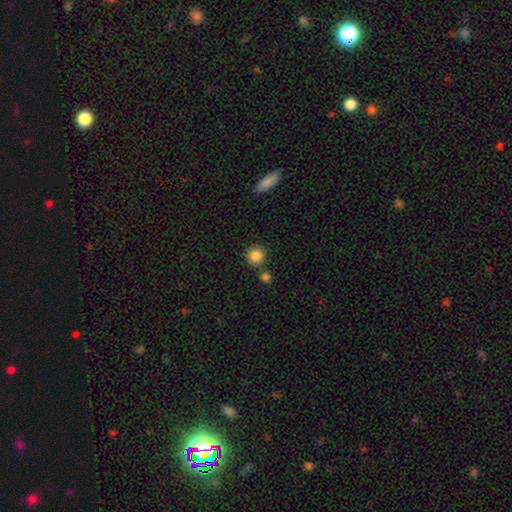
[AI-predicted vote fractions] A smooth galaxy with no disk features (86%) that is round (93%).

Vote fractions:
- Smooth or featured? smooth: 86% / star or artifact: 10% / featured or disk: 4%
- How rounded? round: 93% / in between: 6% / cigar-shaped: 1%
- Merging? none: 80% / merger: 10% / minor disturbance: 7% / major disturbance: 2%